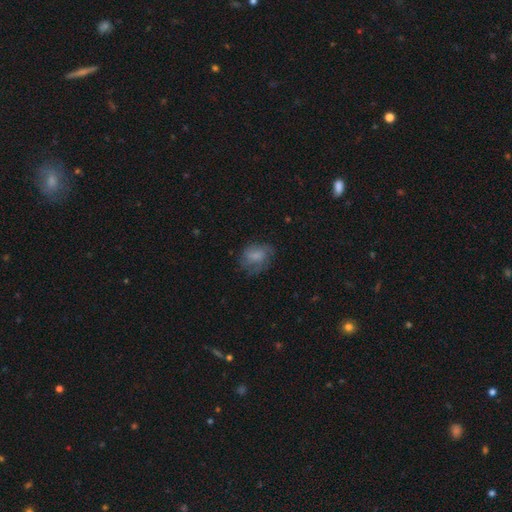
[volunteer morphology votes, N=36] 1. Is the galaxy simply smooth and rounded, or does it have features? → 50% featured or disk, 47% smooth, 3% star or artifact.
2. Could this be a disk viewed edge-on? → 100% no, 0% yes.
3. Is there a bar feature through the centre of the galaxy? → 50% weak, 44% no, 6% strong.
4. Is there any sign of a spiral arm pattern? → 83% yes, 17% no.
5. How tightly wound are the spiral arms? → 53% tight, 27% medium, 20% loose.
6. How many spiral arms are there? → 40% can't tell, 27% 3, 13% 2, 13% 4, 7% 1, 0% more than 4.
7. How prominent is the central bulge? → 28% moderate (tied), 28% small (tied), 28% none (tied), 17% large, 0% dominant.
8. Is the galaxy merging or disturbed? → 69% none, 29% minor disturbance, 3% major disturbance, 0% merger.